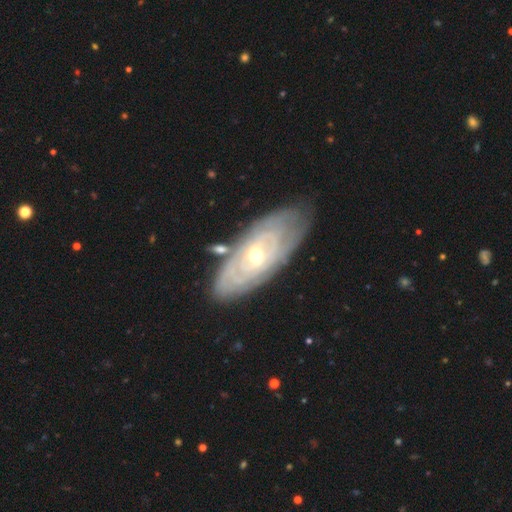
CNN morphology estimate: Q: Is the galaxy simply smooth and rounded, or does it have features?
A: featured or disk — 81%.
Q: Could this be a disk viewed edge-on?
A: no — 88%.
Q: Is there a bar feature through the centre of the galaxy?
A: no — 60%.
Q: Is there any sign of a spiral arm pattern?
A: yes — 84%.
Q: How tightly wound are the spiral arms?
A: tight — 81%.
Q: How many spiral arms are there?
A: can't tell — 60%.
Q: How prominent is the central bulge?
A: moderate — 57%.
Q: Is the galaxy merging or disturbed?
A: none — 76%.